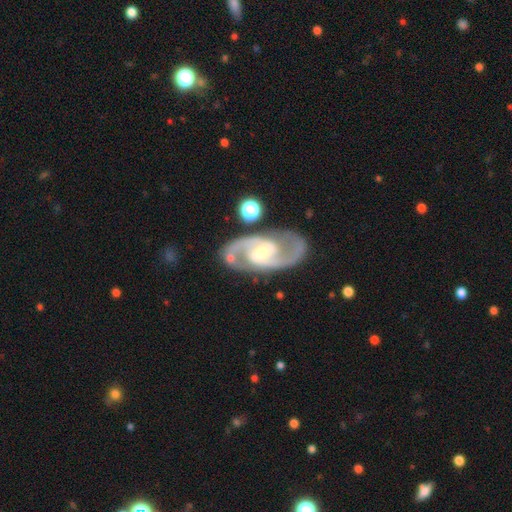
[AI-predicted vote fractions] Morphology: type=featured or disk (89%); edge-on=no (96%); bar=weak (46%); spiral arms=yes (96%); winding=medium (61%); arm count=2 (92%); bulge=moderate (49%); merging=none (79%).